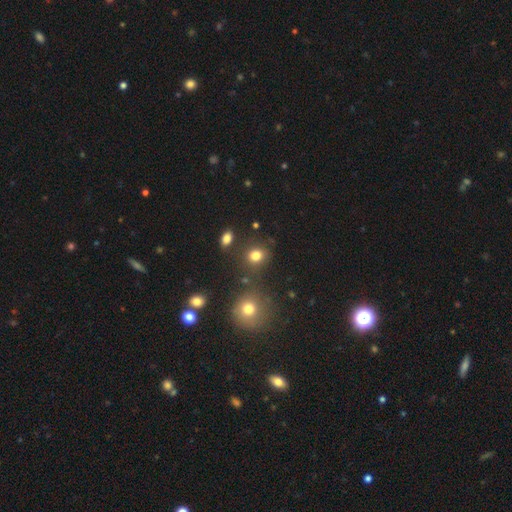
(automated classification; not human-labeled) A smooth galaxy with no disk features (78%) that is round (72%). Merging: none (77%).